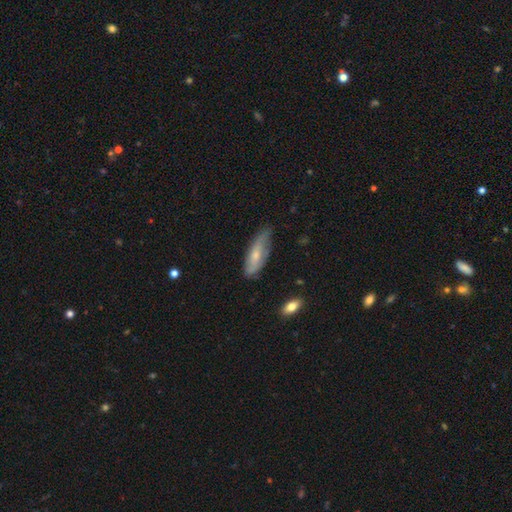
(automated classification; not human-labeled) Smooth or featured?
  - smooth: 54% *
  - featured or disk: 39%
  - star or artifact: 6%
How rounded?
  - in between: 60% *
  - cigar-shaped: 38%
  - round: 2%
Merging?
  - none: 58% *
  - minor disturbance: 32%
  - major disturbance: 7%
  - merger: 2%